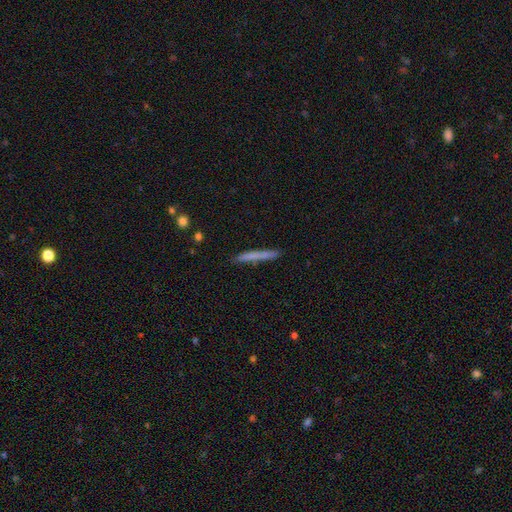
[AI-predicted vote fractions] Smooth or featured? smooth (68%)
How rounded? cigar-shaped (97%)
Merging? none (88%)